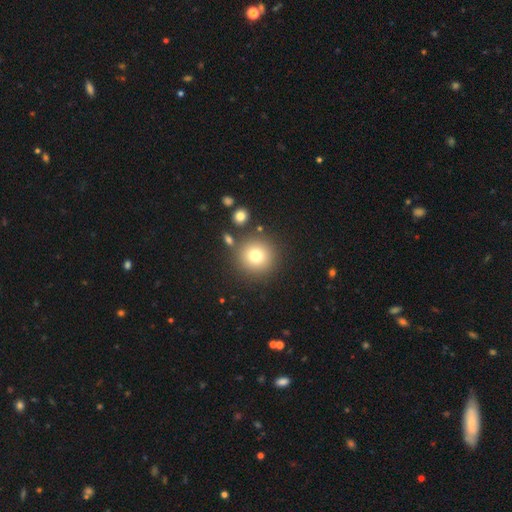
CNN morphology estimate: Overall: smooth (76%). How rounded: round (95%). Merging: none (83%).